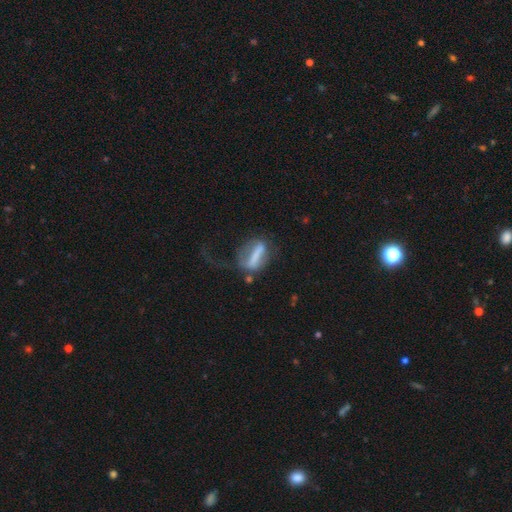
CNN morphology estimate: The model was most divided on "smooth or featured": smooth: 48%, featured or disk: 42%, star or artifact: 10%. Remaining: merging — major disturbance (42%).